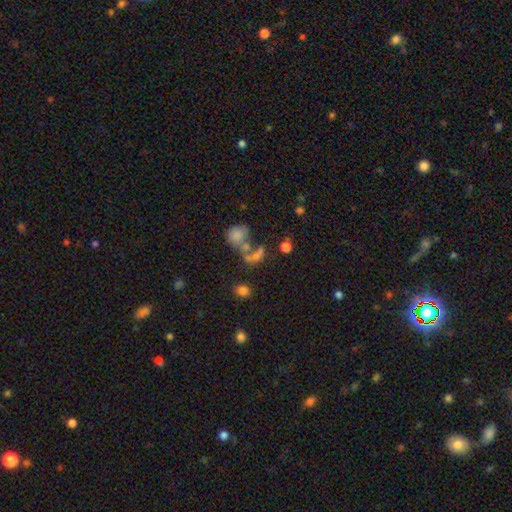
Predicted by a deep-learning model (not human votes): Smooth or featured? Predicted: smooth (p=0.55). How rounded? Predicted: in between (p=0.53). Merging? Predicted: merger (p=0.43).